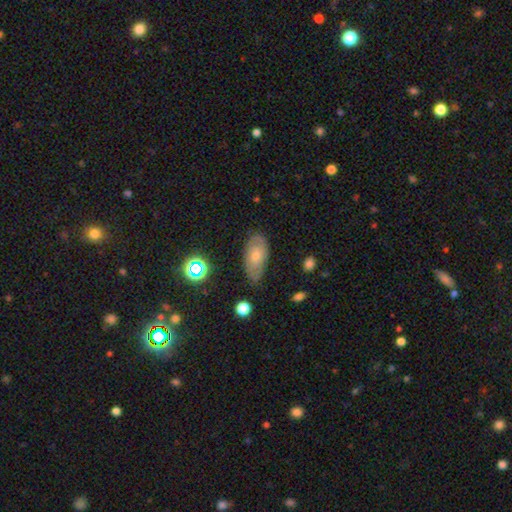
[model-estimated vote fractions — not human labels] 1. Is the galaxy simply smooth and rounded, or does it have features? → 46% smooth, 42% featured or disk, 12% star or artifact.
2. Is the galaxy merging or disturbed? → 70% none, 23% minor disturbance, 5% major disturbance, 2% merger.